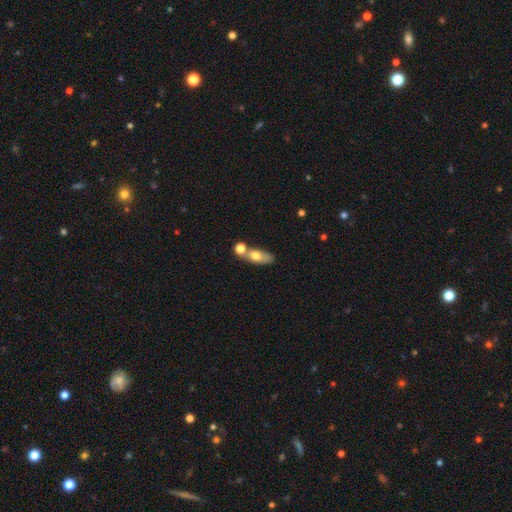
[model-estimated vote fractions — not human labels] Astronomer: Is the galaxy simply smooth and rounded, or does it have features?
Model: smooth — 66%.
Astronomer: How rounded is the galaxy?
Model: in between — 70%.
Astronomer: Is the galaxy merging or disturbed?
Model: none — 43% (runner-up: merger, 38%).